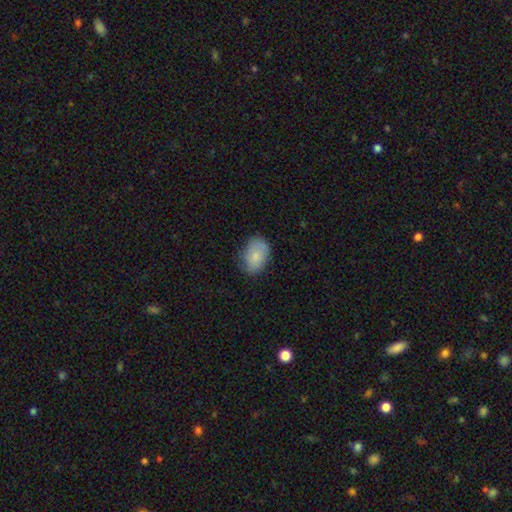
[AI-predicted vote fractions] smooth_or_featured: smooth (p=0.79) [alt: featured or disk p=0.14]
how_rounded: in between (p=0.83) [alt: round p=0.15]
merging: none (p=0.76) [alt: minor disturbance p=0.19]